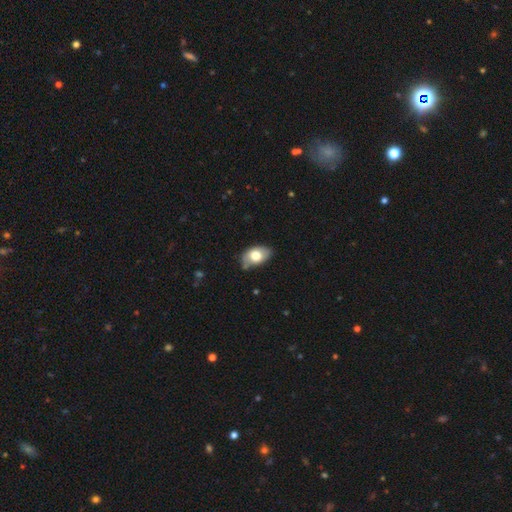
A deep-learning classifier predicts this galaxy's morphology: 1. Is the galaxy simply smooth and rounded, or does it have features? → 69% smooth, 24% featured or disk, 7% star or artifact.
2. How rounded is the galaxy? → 90% in between, 9% round, 1% cigar-shaped.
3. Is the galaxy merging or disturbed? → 67% none, 26% minor disturbance, 4% major disturbance, 3% merger.